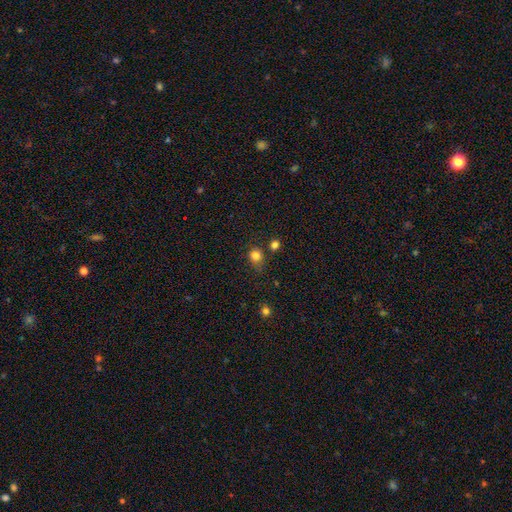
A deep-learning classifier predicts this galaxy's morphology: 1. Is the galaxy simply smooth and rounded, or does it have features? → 82% smooth, 13% star or artifact, 5% featured or disk.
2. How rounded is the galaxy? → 83% round, 16% in between, 1% cigar-shaped.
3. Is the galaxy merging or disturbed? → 66% none, 18% minor disturbance, 10% merger, 6% major disturbance.